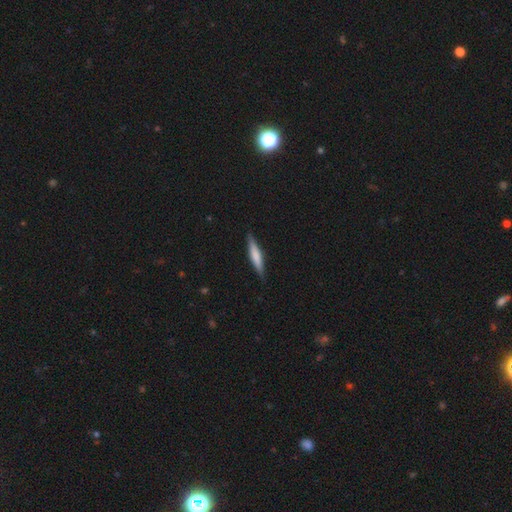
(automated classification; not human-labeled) smooth 64%, featured or disk 31%, star or artifact 5%. Down the decision tree: how rounded — cigar-shaped (88%); merging — none (88%).